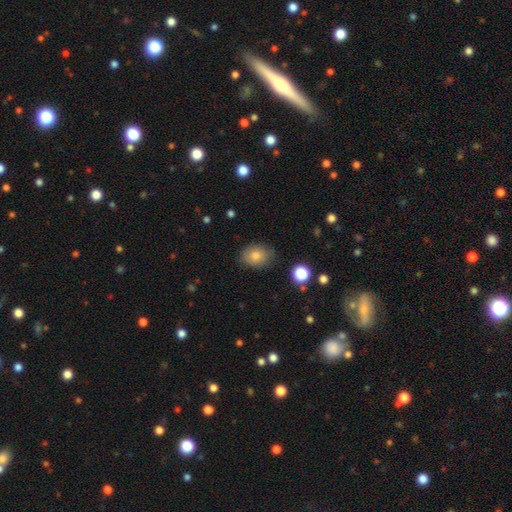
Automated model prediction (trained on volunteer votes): A smooth galaxy with no disk features (80%) that is in between round and cigar-shaped (72%).

Vote fractions:
- Smooth or featured? smooth: 80% / star or artifact: 10% / featured or disk: 10%
- How rounded? in between: 72% / round: 27% / cigar-shaped: 1%
- Merging? none: 84% / minor disturbance: 12% / major disturbance: 3% / merger: 1%